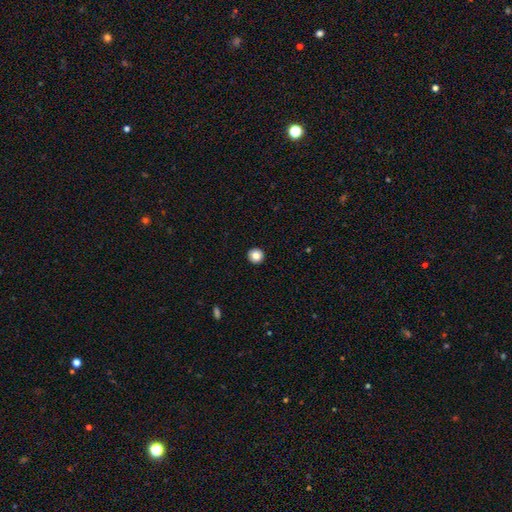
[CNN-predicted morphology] A smooth galaxy with no disk features (85%) that is round (96%).

Vote fractions:
- Smooth or featured? smooth: 85% / star or artifact: 10% / featured or disk: 5%
- How rounded? round: 96% / in between: 3% / cigar-shaped: 1%
- Merging? none: 94% / minor disturbance: 4% / major disturbance: 1% / merger: 1%